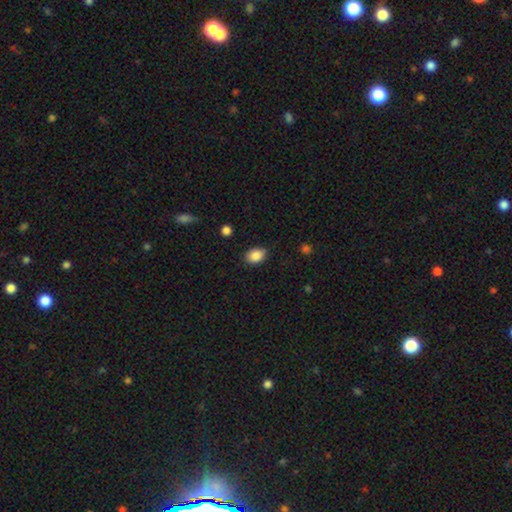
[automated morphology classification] Smooth or featured: smooth — 87% (star or artifact — 8%)
How rounded: in between — 74% (round — 25%)
Merging: none — 82% (minor disturbance — 14%)